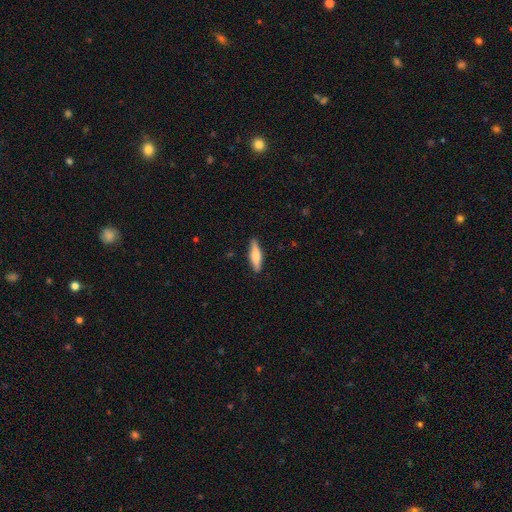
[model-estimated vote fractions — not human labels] Smooth or featured: smooth — 66% (featured or disk — 28%)
How rounded: cigar-shaped — 68% (in between — 30%)
Merging: none — 88% (minor disturbance — 9%)